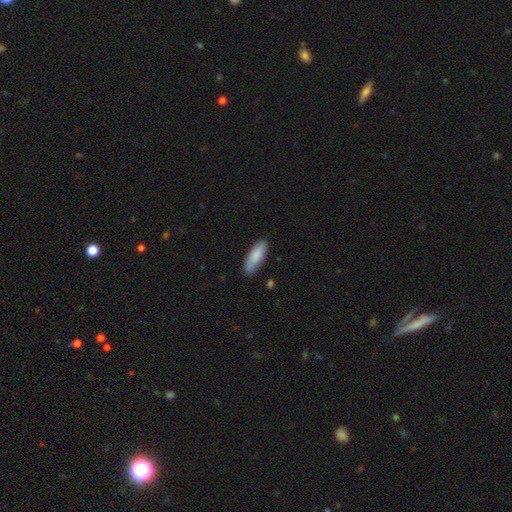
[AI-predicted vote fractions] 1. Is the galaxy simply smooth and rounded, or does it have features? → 86% smooth, 9% featured or disk, 5% star or artifact.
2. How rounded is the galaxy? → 59% in between, 39% cigar-shaped, 2% round.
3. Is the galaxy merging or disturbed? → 84% none, 13% minor disturbance, 2% major disturbance, 1% merger.